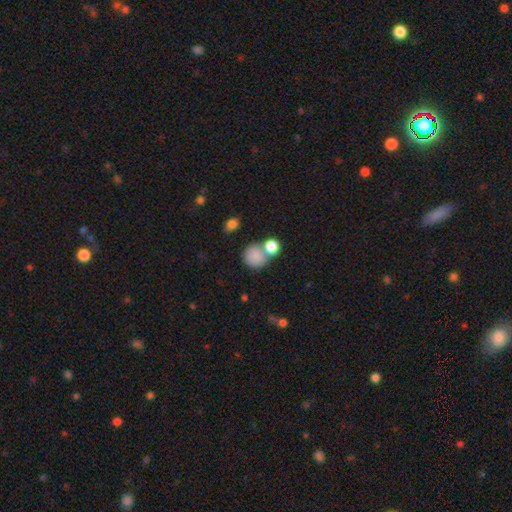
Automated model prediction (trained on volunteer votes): The model was most divided on "merging": none: 49%, merger: 34%, minor disturbance: 11%, major disturbance: 5%. More confident: smooth or featured — smooth (83%); how rounded — round (83%).